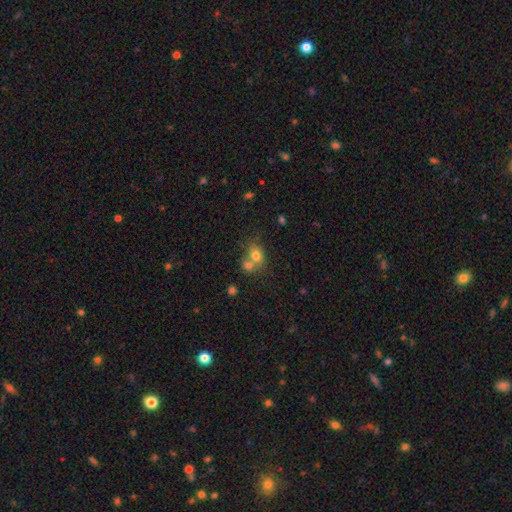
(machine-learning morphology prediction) Smooth or featured? smooth (74%)
How rounded? round (49%, tied with in between)
Merging? merger (50%)